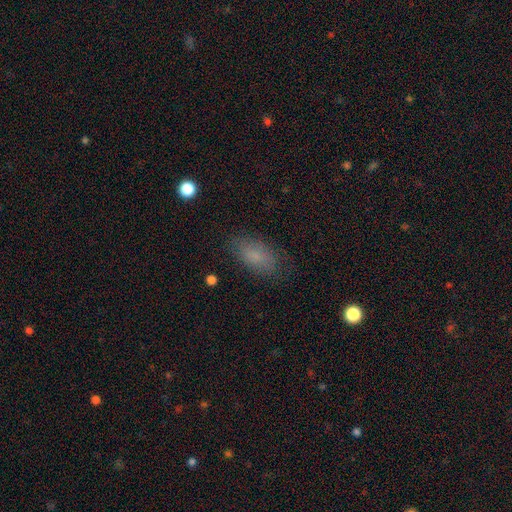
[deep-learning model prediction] Smooth or featured: smooth — 80% (featured or disk — 10%)
How rounded: in between — 91% (cigar-shaped — 6%)
Merging: none — 79% (minor disturbance — 15%)